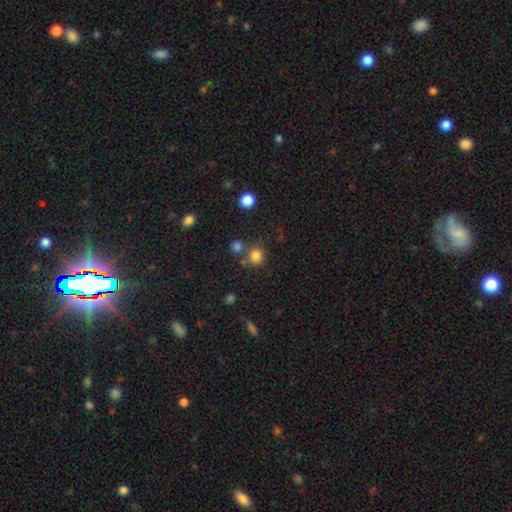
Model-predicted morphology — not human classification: Overall: smooth (80%). How rounded: round (89%). Merging: none (71%).